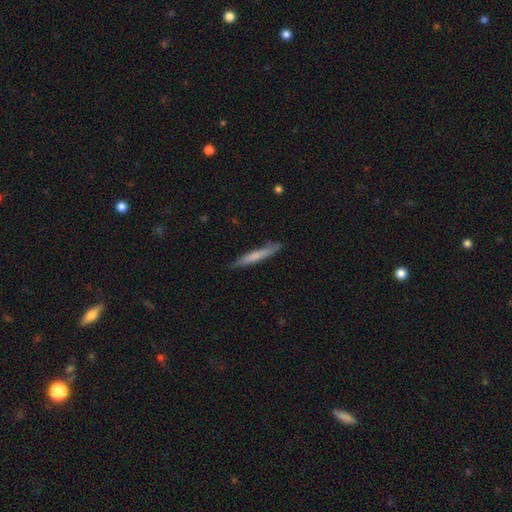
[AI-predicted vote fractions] Morphology: type=smooth (63%); roundness=cigar-shaped (95%); merging=none (84%).